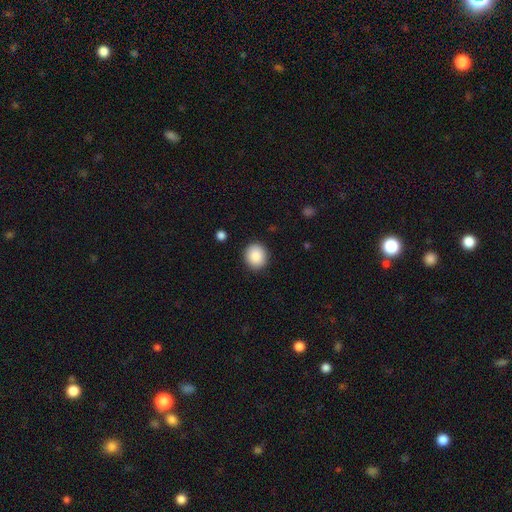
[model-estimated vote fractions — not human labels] smooth 89%, star or artifact 8%, featured or disk 4%. Down the decision tree: how rounded — round (83%); merging — none (90%).